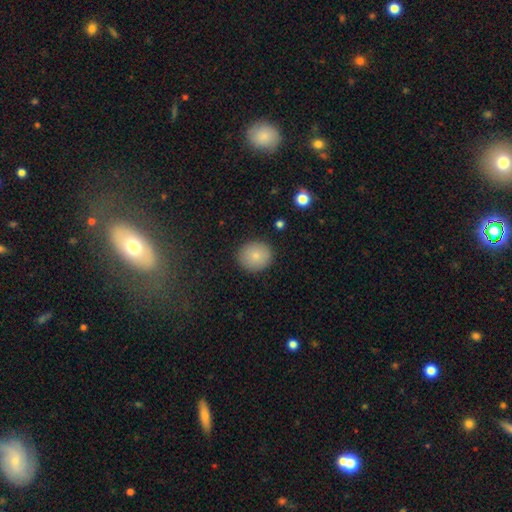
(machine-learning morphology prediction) This is clearly a smooth galaxy (83%). How rounded: clearly round (85%). Merging: clearly none (89%).